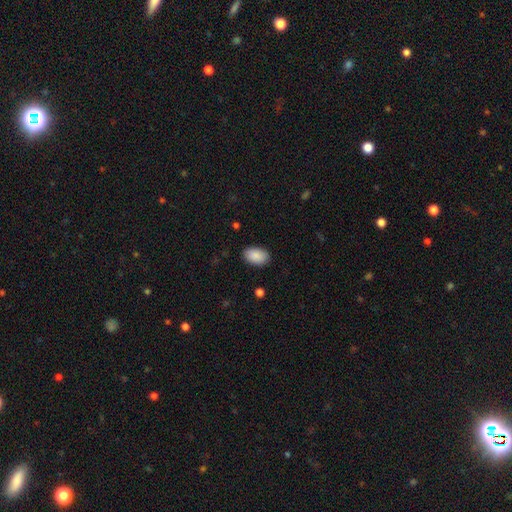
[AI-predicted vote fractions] smooth-or-featured: smooth: 90% | star or artifact: 6% | featured or disk: 4%
  how-rounded: in between: 92% | round: 6% | cigar-shaped: 1%
  merging: none: 87% | minor disturbance: 10% | major disturbance: 2% | merger: 1%